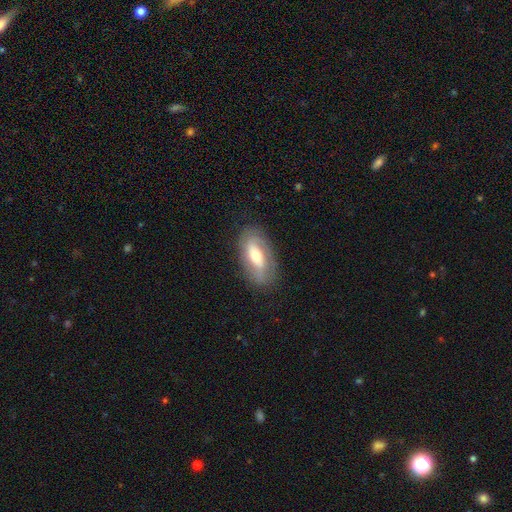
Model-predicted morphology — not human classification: This appears to be a featured or disk galaxy (60%) with a weak bar (37%), spiral arms (69%) and a moderate central bulge (62%). Merging: none (78%).